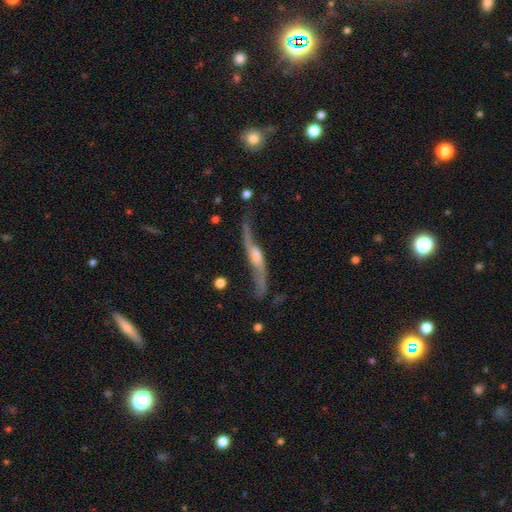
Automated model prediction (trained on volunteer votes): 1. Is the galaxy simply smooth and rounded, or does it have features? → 84% featured or disk, 10% smooth, 5% star or artifact.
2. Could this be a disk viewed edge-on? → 52% yes, 48% no.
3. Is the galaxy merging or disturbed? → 61% none, 21% minor disturbance, 13% major disturbance, 5% merger.